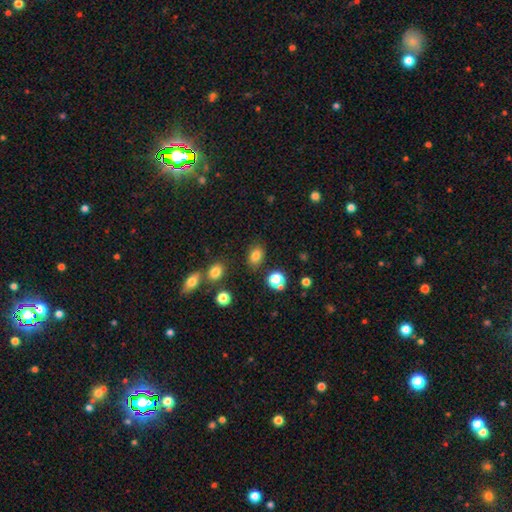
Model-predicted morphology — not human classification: Q: Smooth or featured?
A: smooth (80%); runner-up: star or artifact (13%)
Q: How rounded?
A: in between (70%); runner-up: round (29%)
Q: Merging?
A: none (82%); runner-up: minor disturbance (10%)